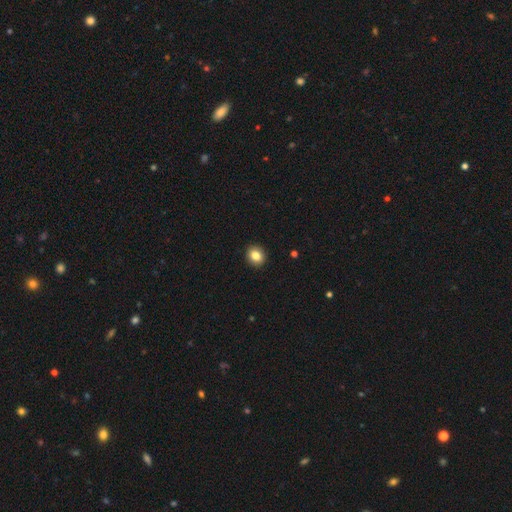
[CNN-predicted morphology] smooth 84%, star or artifact 10%, featured or disk 6%. Down the decision tree: how rounded — round (75%); merging — none (92%).